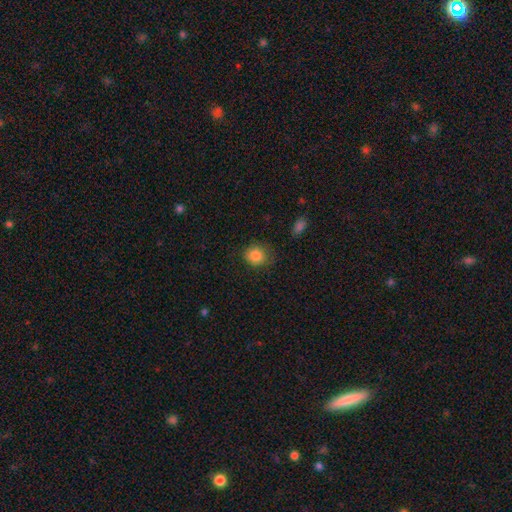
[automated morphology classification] smooth-or-featured: smooth: 84% | star or artifact: 10% | featured or disk: 6%
  how-rounded: round: 81% | in between: 18% | cigar-shaped: 1%
  merging: none: 79% | minor disturbance: 15% | major disturbance: 4% | merger: 1%